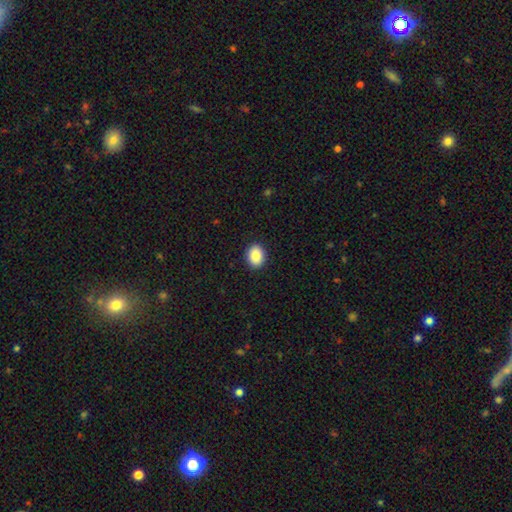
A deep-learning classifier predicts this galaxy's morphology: smooth 89%, star or artifact 7%, featured or disk 4%. Down the decision tree: how rounded — in between (67%); merging — none (91%).